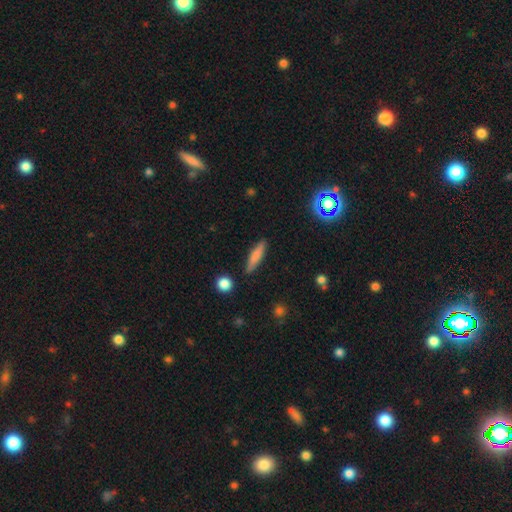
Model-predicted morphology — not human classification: Smooth or featured?
  - smooth: 73% *
  - featured or disk: 20%
  - star or artifact: 7%
How rounded?
  - cigar-shaped: 80% *
  - in between: 18%
  - round: 2%
Merging?
  - none: 87% *
  - minor disturbance: 9%
  - merger: 2%
  - major disturbance: 2%